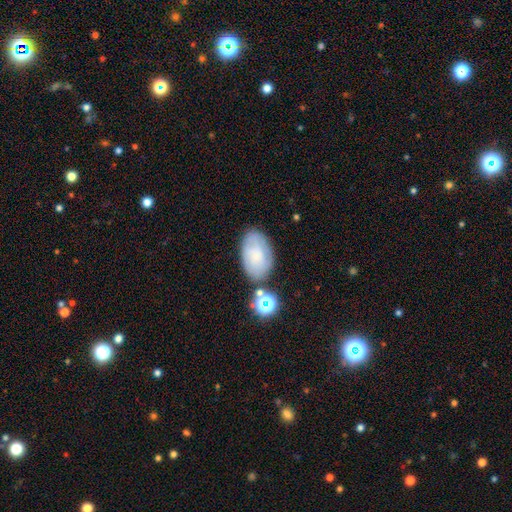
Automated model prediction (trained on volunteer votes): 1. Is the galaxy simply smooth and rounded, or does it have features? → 63% smooth, 26% featured or disk, 11% star or artifact.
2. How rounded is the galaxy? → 93% in between, 6% round, 1% cigar-shaped.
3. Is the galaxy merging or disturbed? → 68% none, 18% minor disturbance, 9% merger, 6% major disturbance.